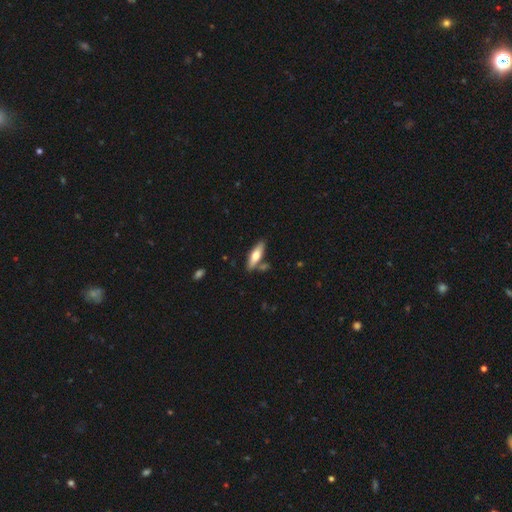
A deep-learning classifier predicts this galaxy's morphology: smooth 58%, featured or disk 36%, star or artifact 6%. Down the decision tree: how rounded — cigar-shaped (55%); merging — none (76%).